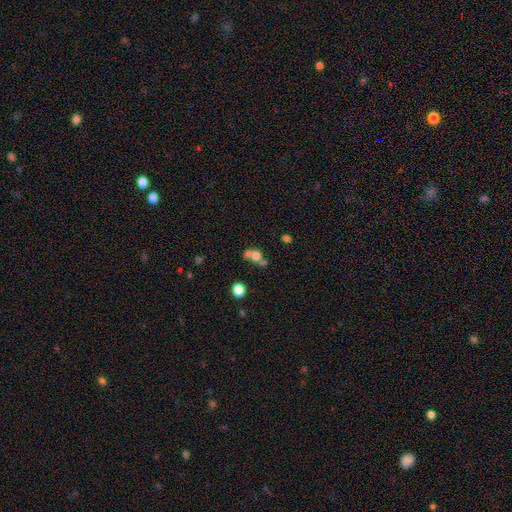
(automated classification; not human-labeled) This is likely a smooth galaxy (64%). How rounded: likely round (62%). Merging: possibly merger (52%).